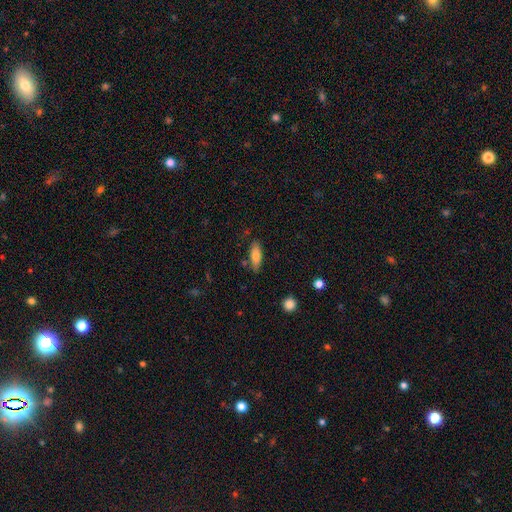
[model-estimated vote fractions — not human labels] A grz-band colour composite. It shows a smooth galaxy with no disk features (79%) that is in between round and cigar-shaped (71%). Merging: none (77%).